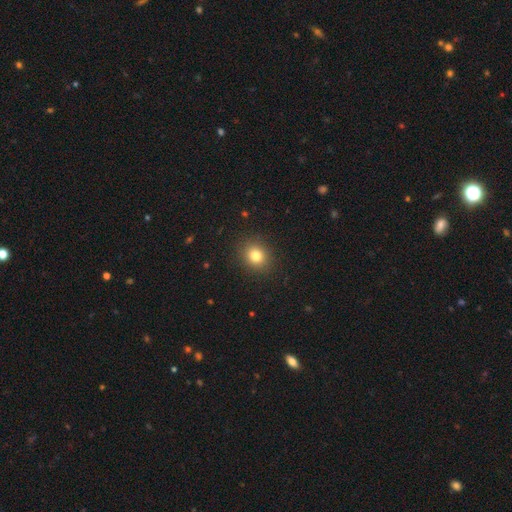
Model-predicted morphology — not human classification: Q: Smooth or featured?
A: smooth (80%); runner-up: star or artifact (13%)
Q: How rounded?
A: round (70%); runner-up: in between (29%)
Q: Merging?
A: none (90%); runner-up: minor disturbance (7%)